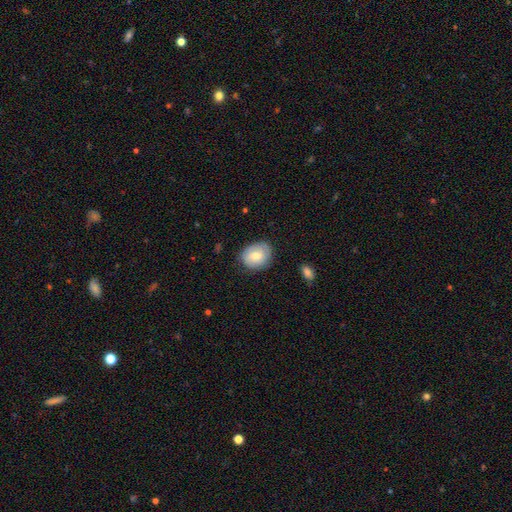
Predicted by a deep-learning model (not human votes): smooth-or-featured: smooth: 63% | featured or disk: 29% | star or artifact: 7%
  how-rounded: in between: 53% | round: 46% | cigar-shaped: 1%
  merging: none: 76% | minor disturbance: 19% | major disturbance: 4% | merger: 1%